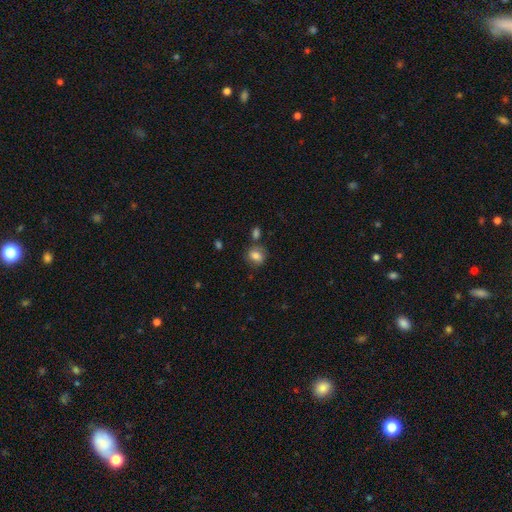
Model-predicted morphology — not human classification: type=smooth (75%); roundness=round (54%); merging=none (65%).